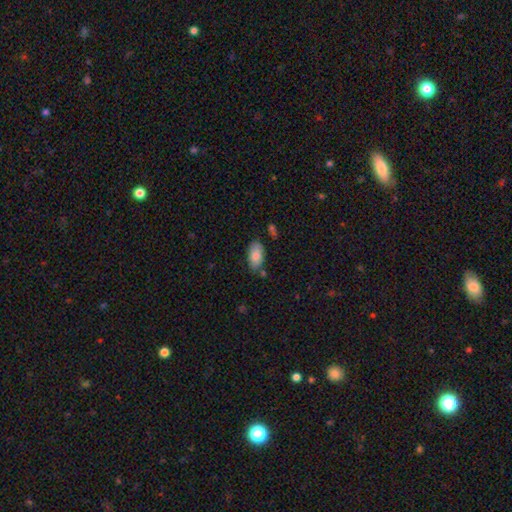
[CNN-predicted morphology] Overall: smooth (82%). How rounded: in between (94%). Merging: none (76%).